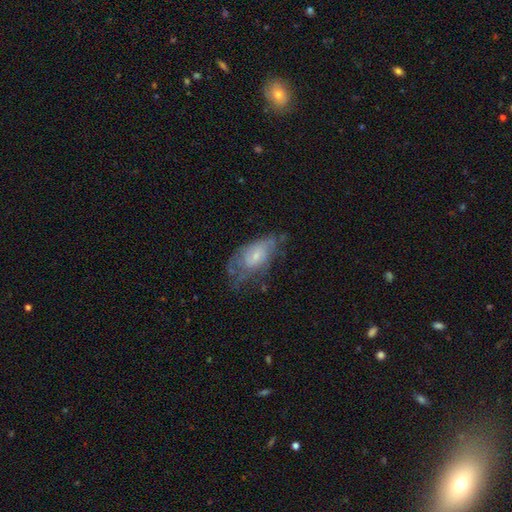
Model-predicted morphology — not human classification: Q: Smooth or featured?
A: featured or disk (59%); runner-up: smooth (33%)
Q: Edge-on disk?
A: no (93%); runner-up: yes (7%)
Q: Bar?
A: no (64%); runner-up: weak (31%)
Q: Spiral arms?
A: yes (65%); runner-up: no (35%)
Q: Bulge size?
A: small (60%); runner-up: moderate (30%)
Q: Merging?
A: none (41%); runner-up: minor disturbance (31%)